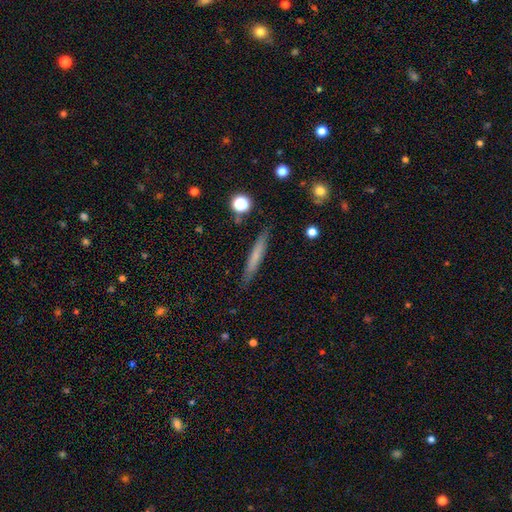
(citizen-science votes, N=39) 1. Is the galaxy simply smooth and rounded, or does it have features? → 67% smooth, 28% featured or disk, 5% star or artifact.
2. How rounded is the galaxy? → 92% cigar-shaped, 4% round, 4% in between.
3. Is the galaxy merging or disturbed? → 97% none, 3% minor disturbance, 0% major disturbance, 0% merger.